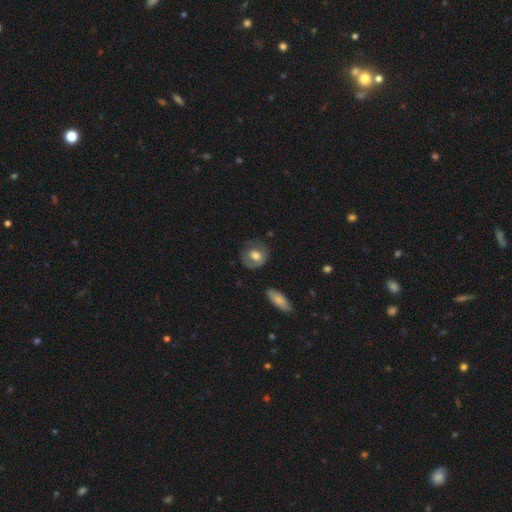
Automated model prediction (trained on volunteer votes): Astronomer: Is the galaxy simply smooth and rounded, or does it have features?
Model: smooth — 60%.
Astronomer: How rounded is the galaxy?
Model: round — 70%.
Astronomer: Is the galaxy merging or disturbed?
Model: none — 67%.